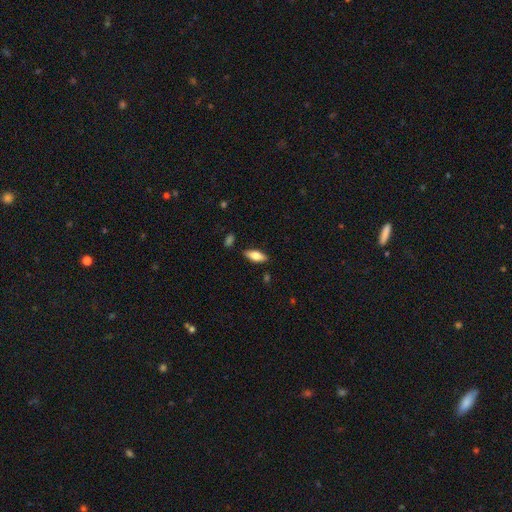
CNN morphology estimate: type=smooth (76%); roundness=in between (78%); merging=none (85%).